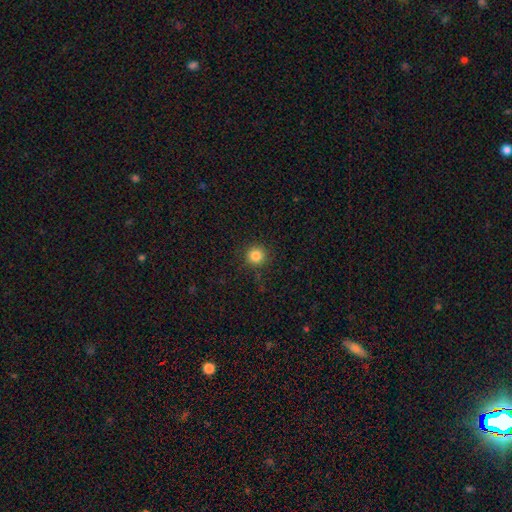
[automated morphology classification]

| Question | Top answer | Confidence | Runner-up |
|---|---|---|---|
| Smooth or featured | smooth | 83% | star or artifact (12%) |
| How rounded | round | 95% | in between (4%) |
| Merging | none | 90% | minor disturbance (7%) |